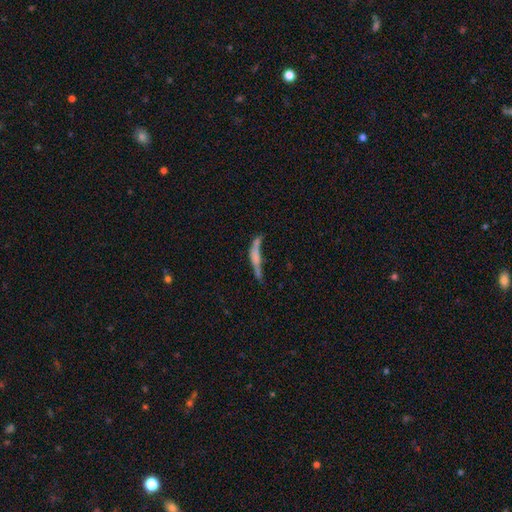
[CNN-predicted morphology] Smooth or featured?
  - smooth: 47% *
  - featured or disk: 41%
  - star or artifact: 12%
Merging?
  - none: 37% *
  - major disturbance: 22%
  - minor disturbance: 21%
  - merger: 20%